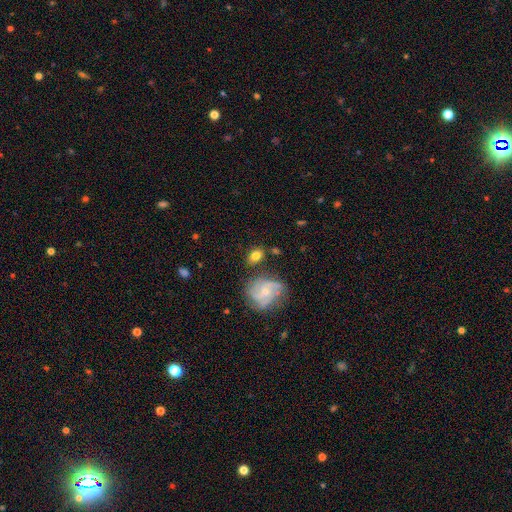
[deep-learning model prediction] smooth 67%, featured or disk 25%, star or artifact 8%. Down the decision tree: how rounded — in between (65%); merging — none (72%).